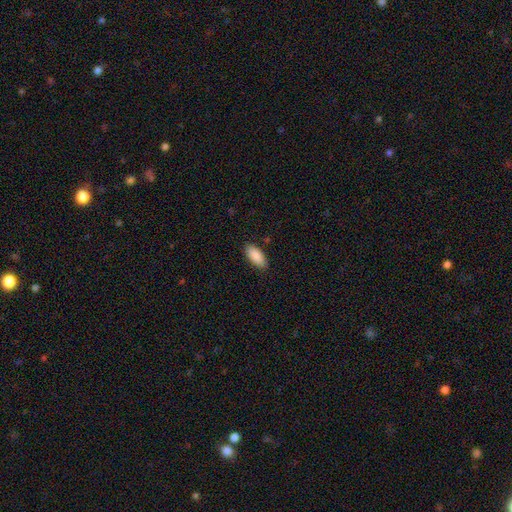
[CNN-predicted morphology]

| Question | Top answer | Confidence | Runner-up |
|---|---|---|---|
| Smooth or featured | smooth | 89% | star or artifact (6%) |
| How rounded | in between | 88% | cigar-shaped (10%) |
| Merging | none | 87% | minor disturbance (9%) |